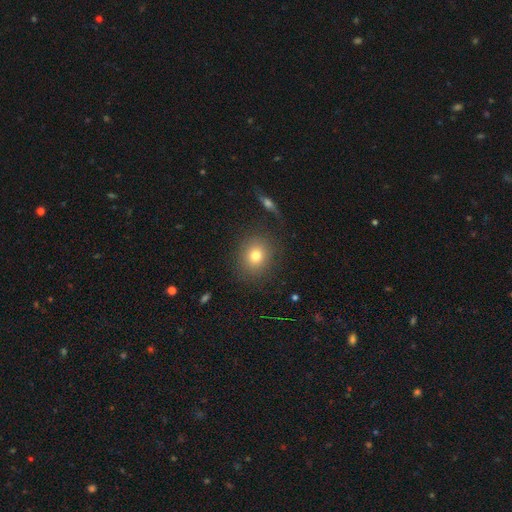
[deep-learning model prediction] This appears to be a smooth galaxy with no disk features (77%) that is round (72%). Merging: none (84%).